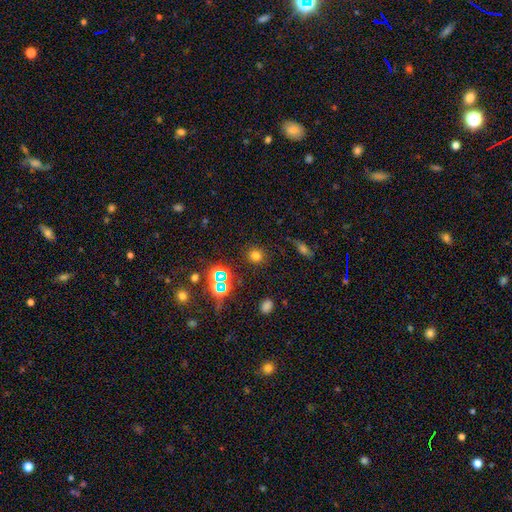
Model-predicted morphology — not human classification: smooth_or_featured: smooth (p=0.70) [alt: star or artifact p=0.23]
how_rounded: round (p=0.89) [alt: in between p=0.10]
merging: none (p=0.87) [alt: minor disturbance p=0.07]